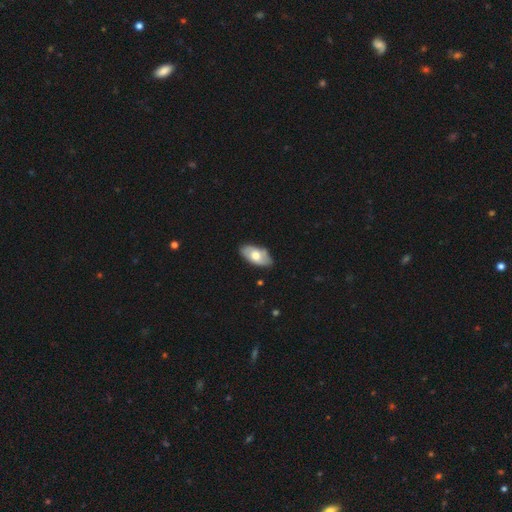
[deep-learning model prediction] smooth 57%, featured or disk 37%, star or artifact 6%. Down the decision tree: how rounded — in between (94%); merging — none (78%).